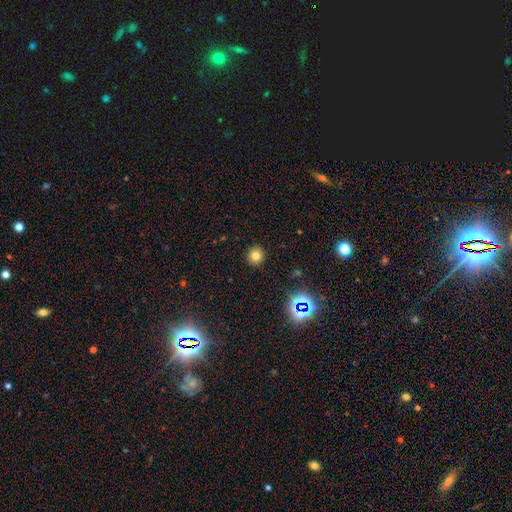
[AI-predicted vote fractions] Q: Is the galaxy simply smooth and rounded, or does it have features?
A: smooth — 76%.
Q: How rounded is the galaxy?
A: round — 93%.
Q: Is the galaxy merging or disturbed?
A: none — 91%.